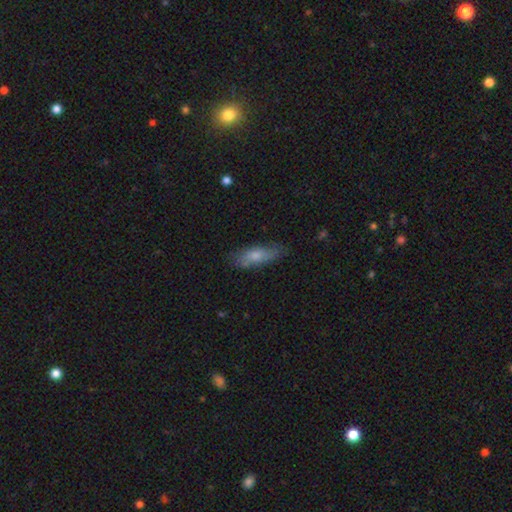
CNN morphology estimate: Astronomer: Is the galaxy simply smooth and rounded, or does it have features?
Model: smooth — 68%.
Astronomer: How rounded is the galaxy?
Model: in between — 55% (runner-up: cigar-shaped, 42%).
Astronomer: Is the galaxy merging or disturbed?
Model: none — 68%.